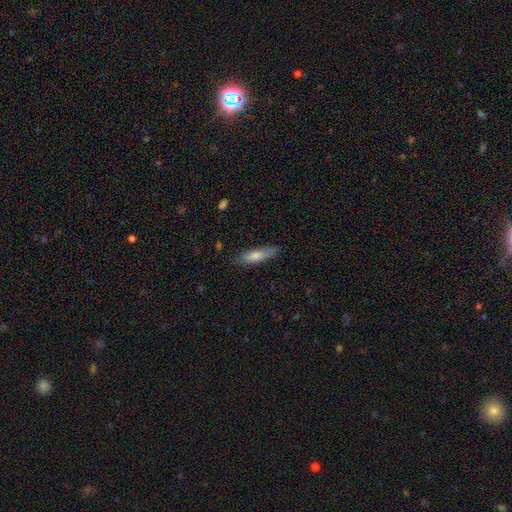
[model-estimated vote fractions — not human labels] A smooth galaxy with no disk features (76%) that is cigar-shaped (65%).

Vote fractions:
- Smooth or featured? smooth: 76% / featured or disk: 18% / star or artifact: 6%
- How rounded? cigar-shaped: 65% / in between: 34% / round: 2%
- Merging? none: 79% / minor disturbance: 17% / major disturbance: 3% / merger: 1%